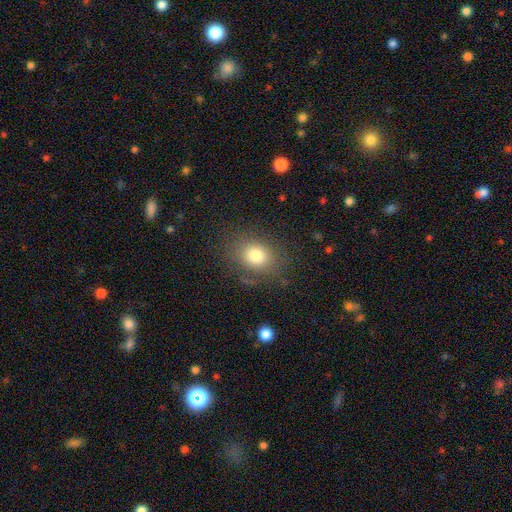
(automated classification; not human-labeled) Smooth or featured: smooth — 78% (star or artifact — 12%)
How rounded: in between — 50% (round — 49%)
Merging: none — 79% (minor disturbance — 13%)